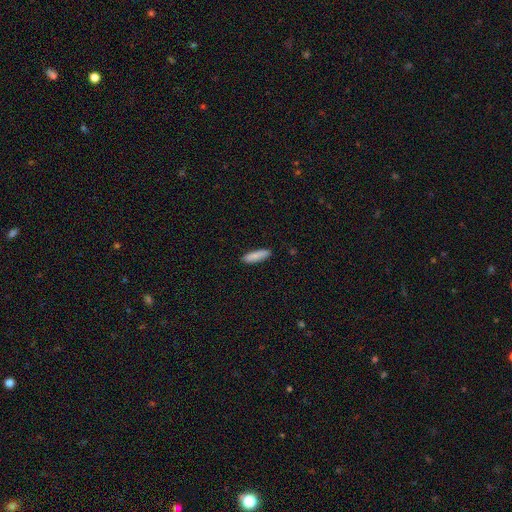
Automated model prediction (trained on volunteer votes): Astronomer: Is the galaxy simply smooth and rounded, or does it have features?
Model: smooth — 84%.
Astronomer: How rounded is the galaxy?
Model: cigar-shaped — 63%.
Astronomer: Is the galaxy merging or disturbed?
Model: none — 89%.